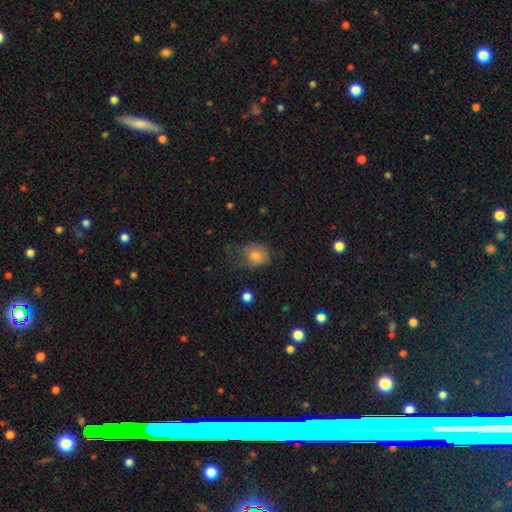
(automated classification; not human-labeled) A smooth galaxy with no disk features (74%) that is round (62%).

Vote fractions:
- Smooth or featured? smooth: 74% / featured or disk: 14% / star or artifact: 12%
- How rounded? round: 62% / in between: 37% / cigar-shaped: 1%
- Merging? none: 51% / minor disturbance: 30% / major disturbance: 18% / merger: 2%